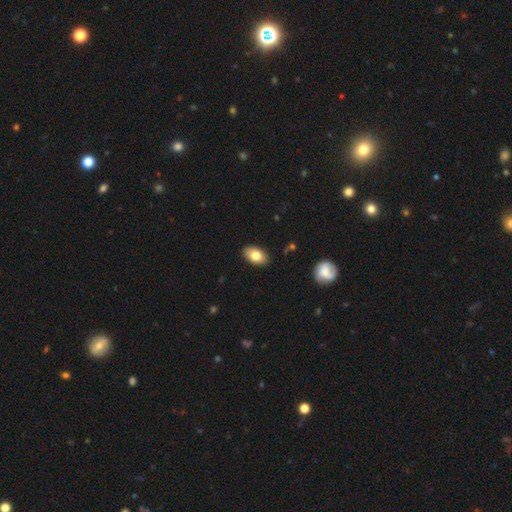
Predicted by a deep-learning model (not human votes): smooth_or_featured: smooth (p=0.78) [alt: featured or disk p=0.15]
how_rounded: in between (p=0.92) [alt: round p=0.07]
merging: none (p=0.88) [alt: minor disturbance p=0.09]